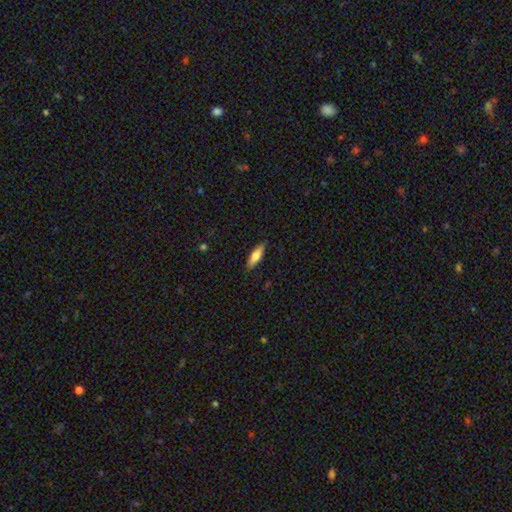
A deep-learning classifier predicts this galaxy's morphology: type=smooth (72%); roundness=cigar-shaped (53%); merging=none (87%).